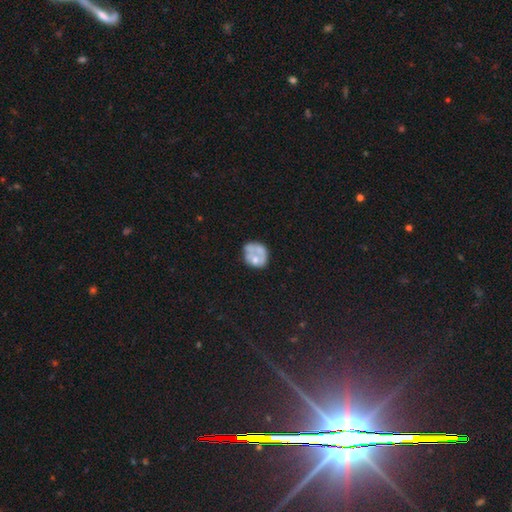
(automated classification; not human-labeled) This appears to be a smooth galaxy with no disk features (46%). Merging: none (36%).